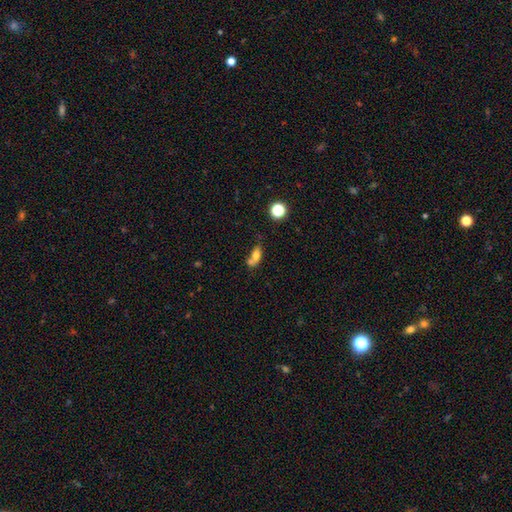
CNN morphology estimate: Q: Smooth or featured?
A: smooth (69%); runner-up: featured or disk (19%)
Q: How rounded?
A: in between (73%); runner-up: round (15%)
Q: Merging?
A: merger (43%); runner-up: none (32%)